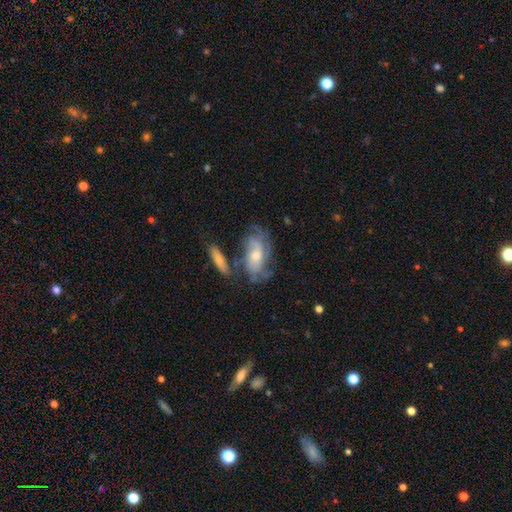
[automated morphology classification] Q: Smooth or featured?
A: featured or disk (72%); runner-up: smooth (21%)
Q: Edge-on disk?
A: no (91%); runner-up: yes (9%)
Q: Bar?
A: no (68%); runner-up: weak (27%)
Q: Spiral arms?
A: yes (85%); runner-up: no (15%)
Q: Spiral winding?
A: tight (41%); tied with: medium (41%)
Q: Spiral arm count?
A: can't tell (43%); runner-up: 2 (21%)
Q: Bulge size?
A: moderate (52%); runner-up: small (36%)
Q: Merging?
A: none (53%); runner-up: minor disturbance (21%)